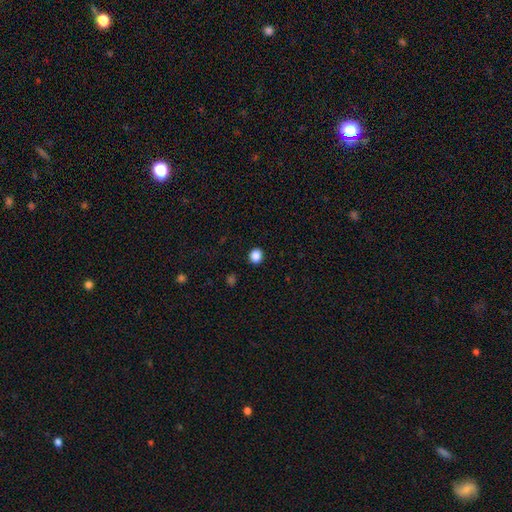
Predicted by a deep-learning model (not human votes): This appears to be a smooth galaxy with no disk features (87%) that is round (74%). Merging: none (91%).